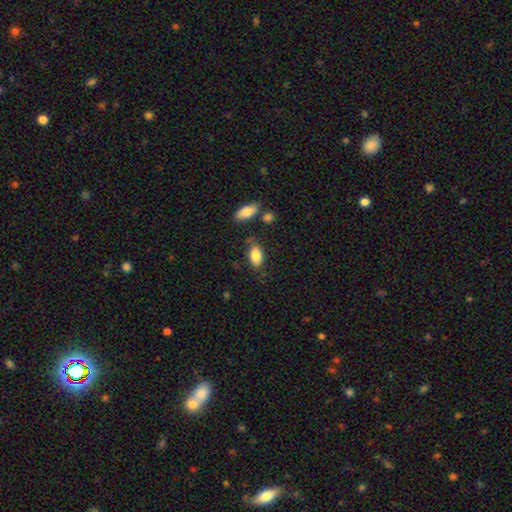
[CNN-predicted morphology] This is clearly a smooth galaxy (84%). How rounded: clearly in between (91%). Merging: likely none (76%).